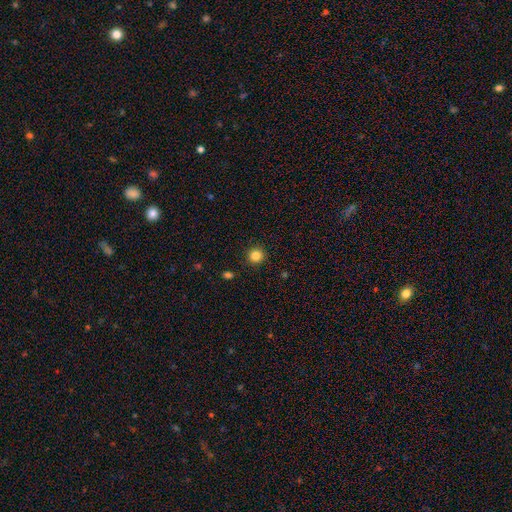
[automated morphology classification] Smooth or featured?
  - smooth: 84% *
  - star or artifact: 12%
  - featured or disk: 5%
How rounded?
  - round: 94% *
  - in between: 5%
  - cigar-shaped: 1%
Merging?
  - none: 92% *
  - minor disturbance: 5%
  - major disturbance: 2%
  - merger: 1%